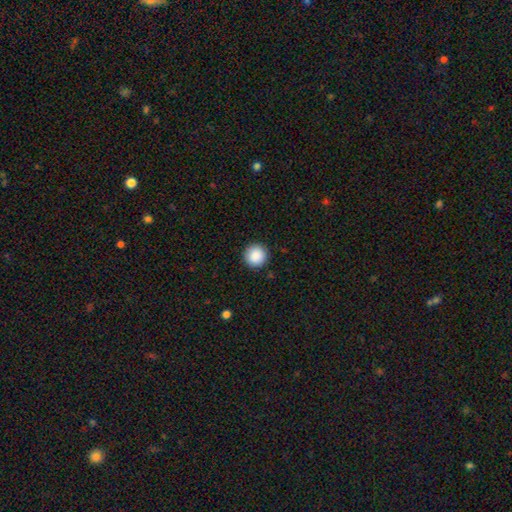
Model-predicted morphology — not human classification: type=smooth (89%); roundness=round (96%); merging=none (92%).